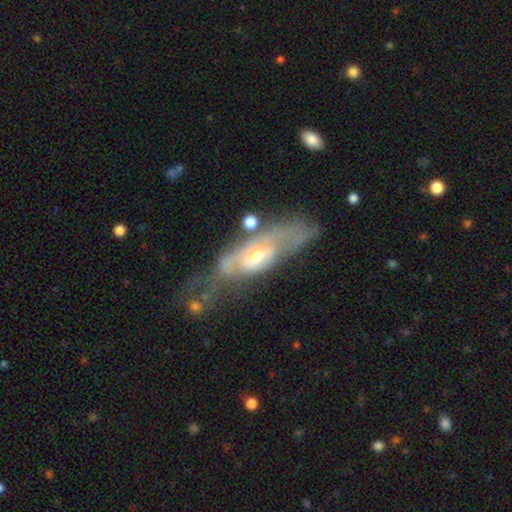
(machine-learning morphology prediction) featured or disk 71%, smooth 22%, star or artifact 6%. Down the decision tree: edge-on disk — no (79%); bar — no (59%); spiral arms — yes (69%); bulge size — moderate (57%); merging — none (34%).